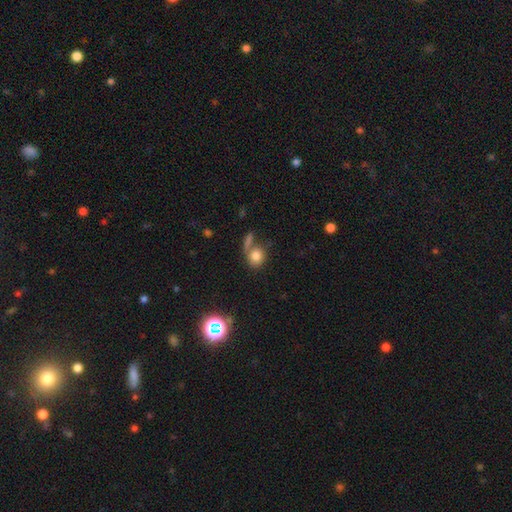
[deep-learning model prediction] Morphology: type=smooth (78%); roundness=round (68%); merging=none (51%).